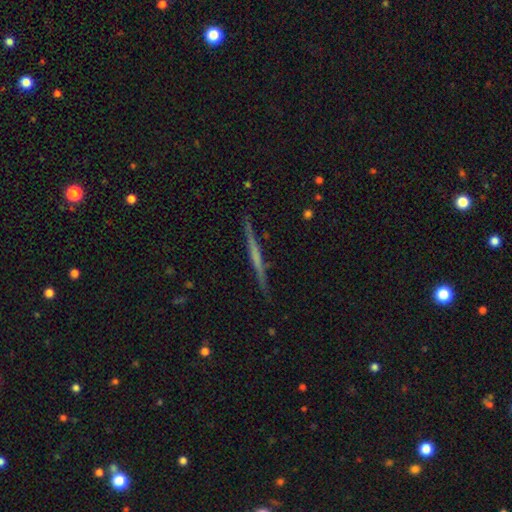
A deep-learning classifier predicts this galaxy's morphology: smooth-or-featured: featured or disk: 64% | smooth: 30% | star or artifact: 6%
  disk-edge-on: yes: 98% | no: 2%
    edge-on-bulge: none: 76% | rounded: 15% | boxy: 9%
  merging: none: 91% | minor disturbance: 7% | major disturbance: 1% | merger: 1%